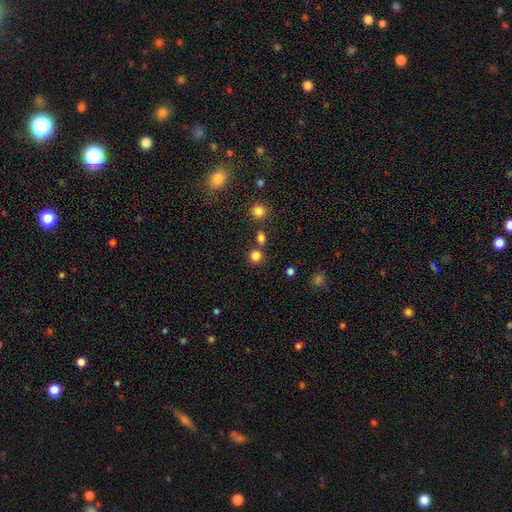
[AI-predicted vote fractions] smooth_or_featured: smooth (p=0.80) [alt: star or artifact p=0.15]
how_rounded: round (p=0.88) [alt: in between p=0.11]
merging: none (p=0.72) [alt: merger p=0.17]